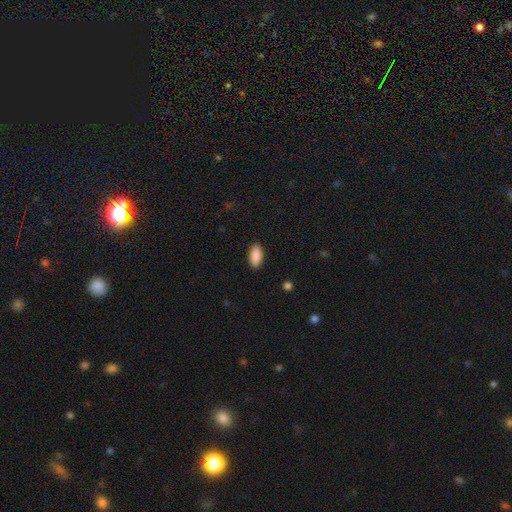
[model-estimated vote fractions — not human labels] Morphology: type=smooth (90%); roundness=in between (90%); merging=none (90%).